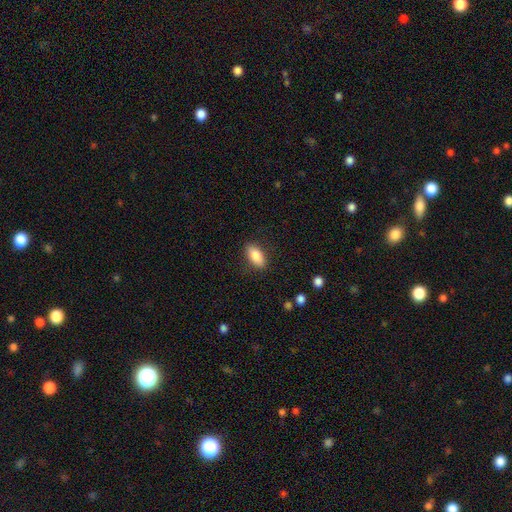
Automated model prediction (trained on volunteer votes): smooth 83%, featured or disk 10%, star or artifact 7%. Down the decision tree: how rounded — in between (88%); merging — none (87%).